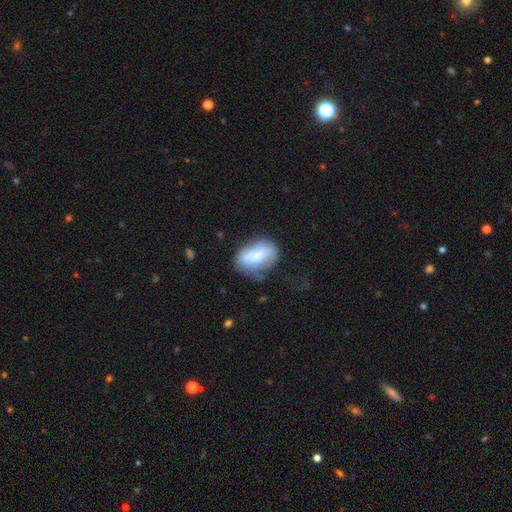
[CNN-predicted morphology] Q: Smooth or featured?
A: smooth (69%); runner-up: featured or disk (23%)
Q: How rounded?
A: in between (83%); runner-up: round (14%)
Q: Merging?
A: none (41%); runner-up: minor disturbance (30%)